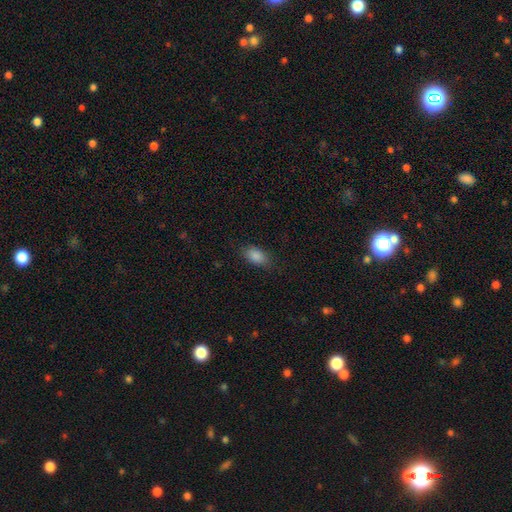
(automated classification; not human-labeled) Morphology: type=smooth (87%); roundness=in between (90%); merging=none (83%).